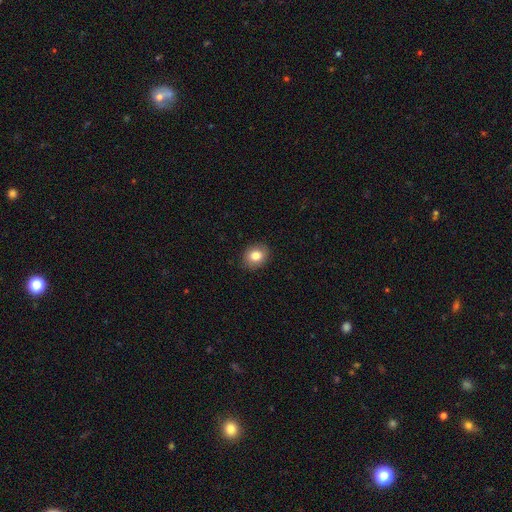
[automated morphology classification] A smooth galaxy with no disk features (82%) that is round (60%).

Vote fractions:
- Smooth or featured? smooth: 82% / star or artifact: 9% / featured or disk: 8%
- How rounded? round: 60% / in between: 39% / cigar-shaped: 1%
- Merging? none: 89% / minor disturbance: 8% / major disturbance: 2% / merger: 1%